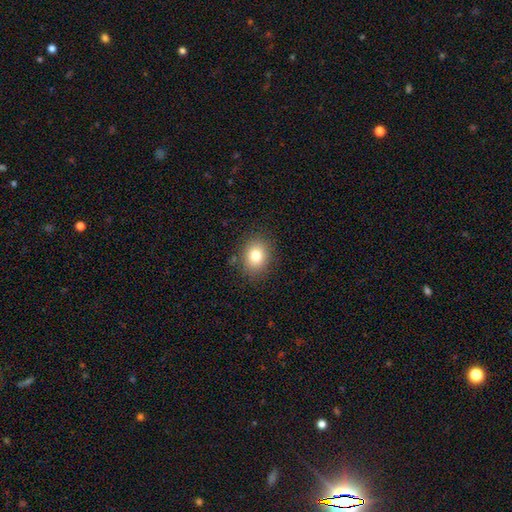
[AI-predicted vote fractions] Smooth or featured?
  - smooth: 80% *
  - star or artifact: 11%
  - featured or disk: 9%
How rounded?
  - round: 50% *
  - in between: 49%
  - cigar-shaped: 1%
Merging?
  - none: 85% *
  - minor disturbance: 10%
  - major disturbance: 3%
  - merger: 1%